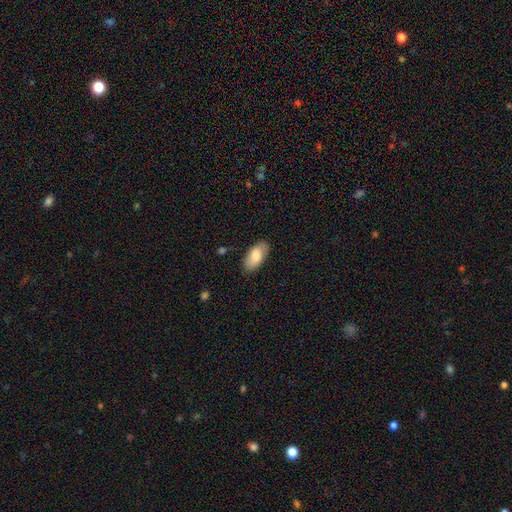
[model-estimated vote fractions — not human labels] Smooth or featured? smooth (78%)
How rounded? in between (94%)
Merging? none (82%)